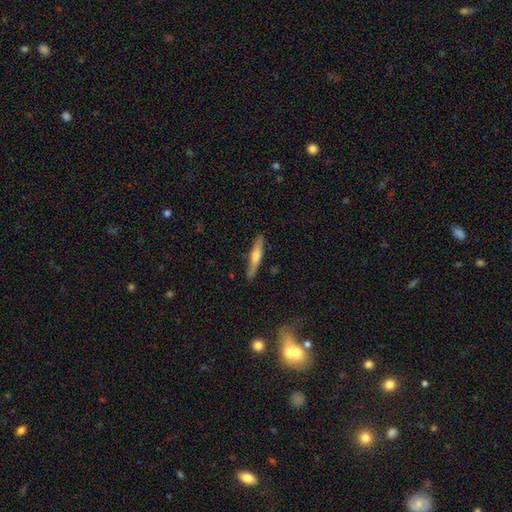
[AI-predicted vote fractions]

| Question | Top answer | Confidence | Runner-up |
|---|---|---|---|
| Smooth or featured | featured or disk | 50% | smooth (44%) |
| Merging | none | 85% | minor disturbance (11%) |